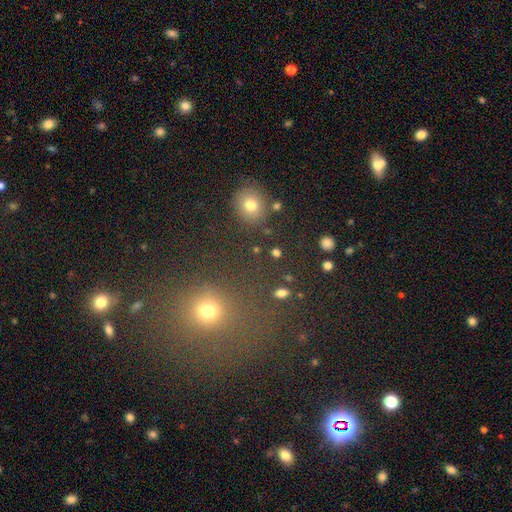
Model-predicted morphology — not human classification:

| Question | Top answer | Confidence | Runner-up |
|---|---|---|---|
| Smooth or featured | smooth | 50% | star or artifact (42%) |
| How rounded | round | 84% | in between (15%) |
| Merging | none | 82% | minor disturbance (8%) |